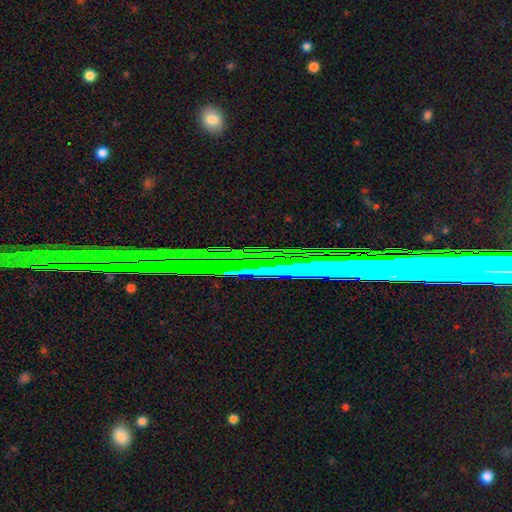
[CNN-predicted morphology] The model was most divided on "smooth or featured": star or artifact: 73%, featured or disk: 18%, smooth: 9%.